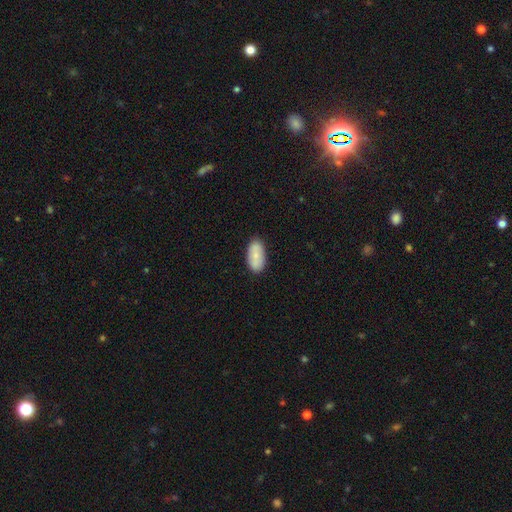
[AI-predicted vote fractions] Morphology: type=smooth (77%); roundness=in between (93%); merging=none (84%).